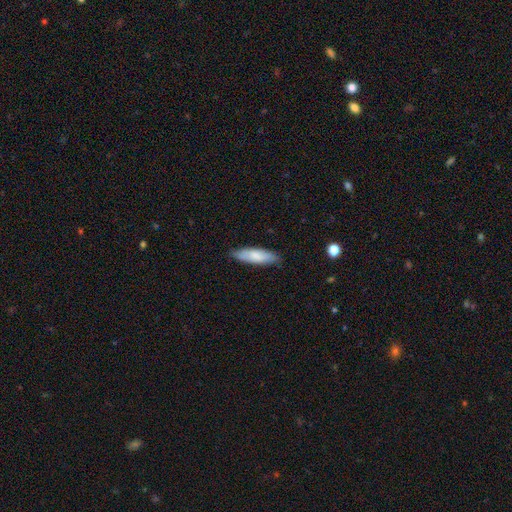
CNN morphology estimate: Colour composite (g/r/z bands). It shows a smooth galaxy with no disk features (79%) that is cigar-shaped (57%). Merging: none (84%).